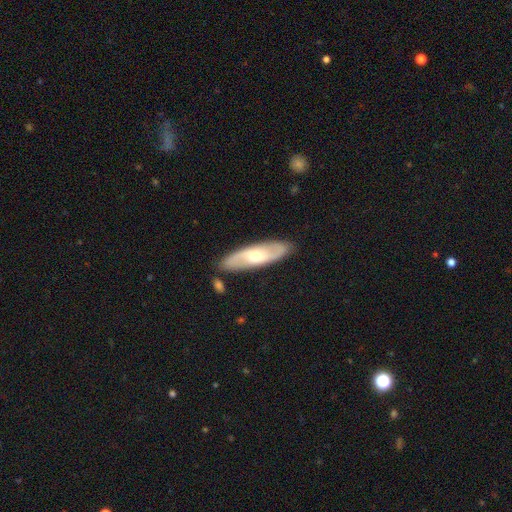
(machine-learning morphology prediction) This appears to be a featured or disk galaxy (62%). Merging: none (84%).